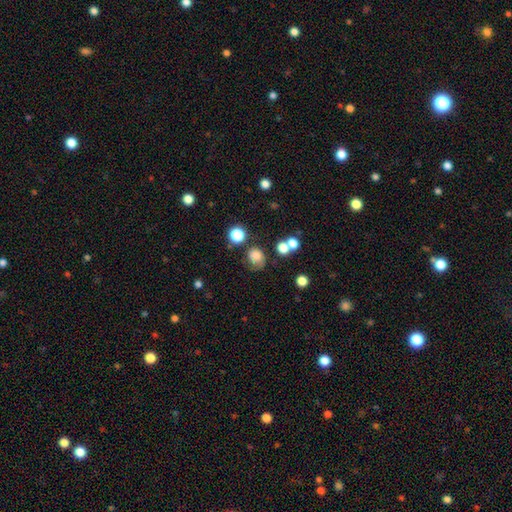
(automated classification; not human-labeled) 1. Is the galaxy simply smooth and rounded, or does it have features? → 74% smooth, 13% star or artifact, 12% featured or disk.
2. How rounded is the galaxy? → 75% round, 25% in between, 1% cigar-shaped.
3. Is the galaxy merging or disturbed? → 53% none, 24% minor disturbance, 14% major disturbance, 9% merger.